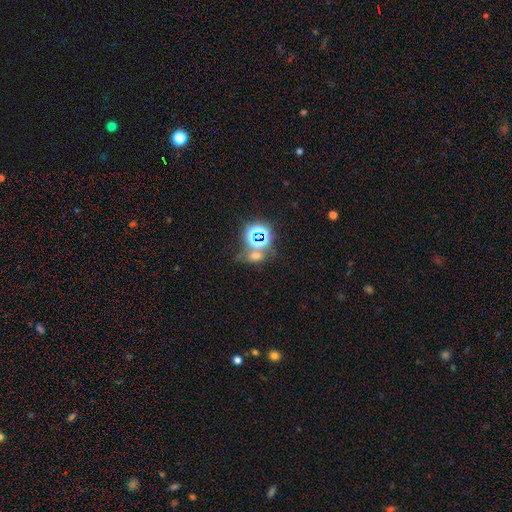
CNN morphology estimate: smooth_or_featured: star or artifact (p=0.50) [alt: smooth p=0.40]